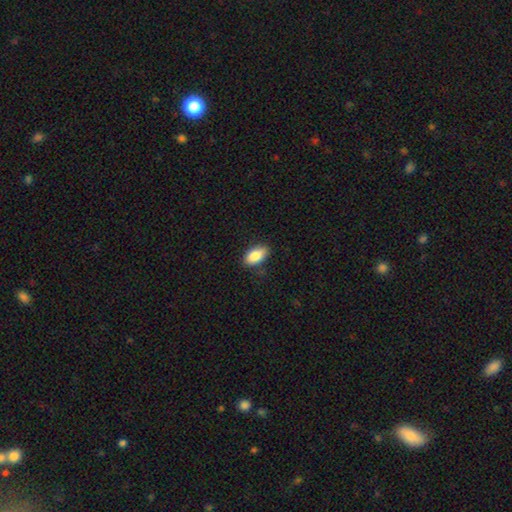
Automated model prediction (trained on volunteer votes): Overall: smooth (87%). How rounded: in between (92%). Merging: none (82%).